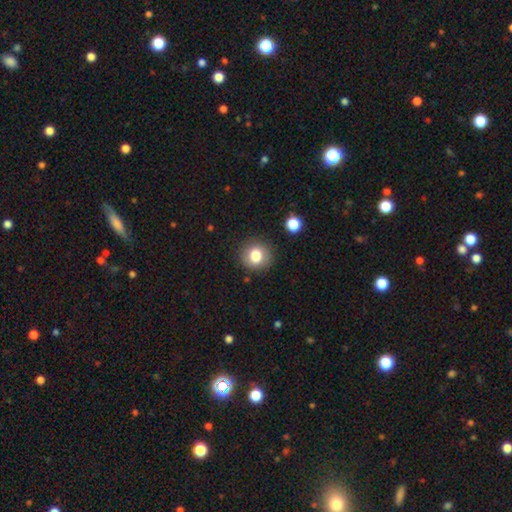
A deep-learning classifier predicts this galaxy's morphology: Q: Smooth or featured?
A: smooth (80%); runner-up: star or artifact (10%)
Q: How rounded?
A: round (87%); runner-up: in between (12%)
Q: Merging?
A: none (87%); runner-up: minor disturbance (8%)